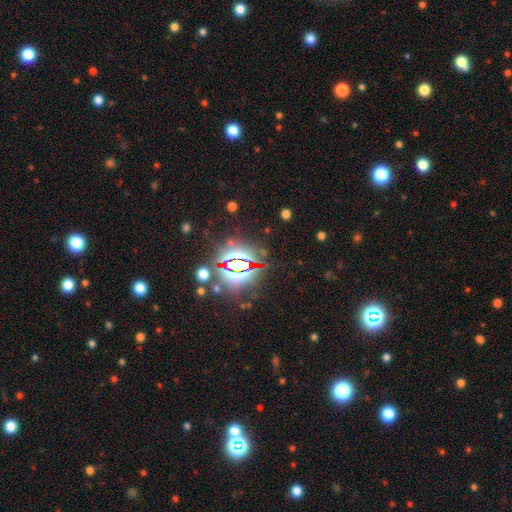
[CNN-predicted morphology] Q: Smooth or featured?
A: star or artifact (82%); runner-up: smooth (11%)